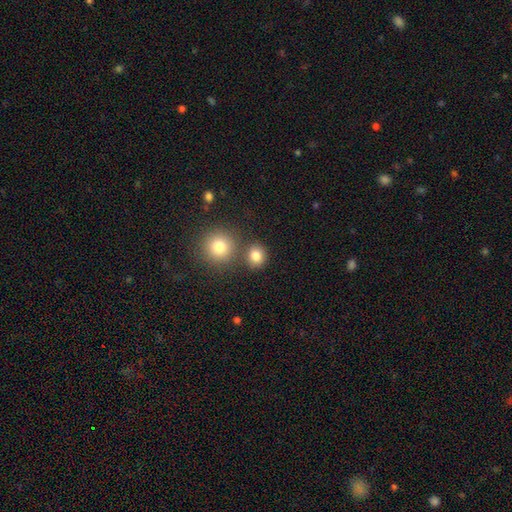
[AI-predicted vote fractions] smooth 82%, star or artifact 12%, featured or disk 6%. Down the decision tree: how rounded — round (81%); merging — none (73%).